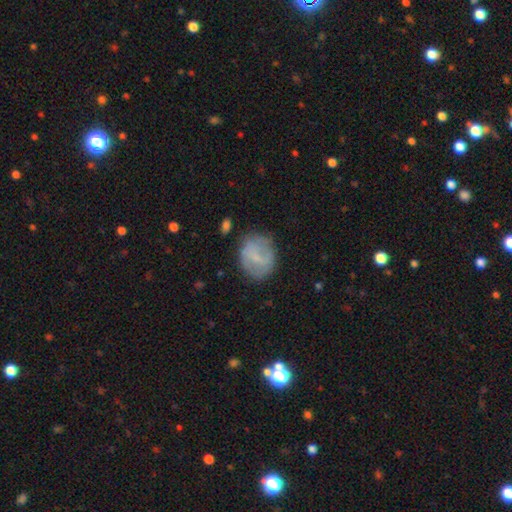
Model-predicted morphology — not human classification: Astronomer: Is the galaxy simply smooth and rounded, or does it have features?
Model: smooth — 55% (runner-up: featured or disk, 37%).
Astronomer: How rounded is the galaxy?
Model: round — 61% (runner-up: in between, 38%).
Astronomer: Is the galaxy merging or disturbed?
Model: none — 70%.